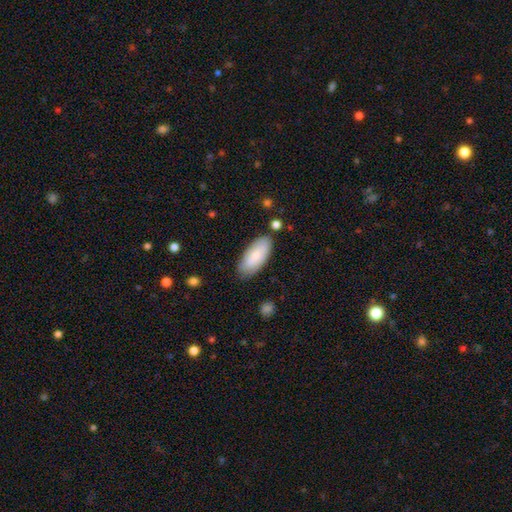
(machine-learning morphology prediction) Q: Smooth or featured?
A: smooth (80%); runner-up: featured or disk (14%)
Q: How rounded?
A: in between (85%); runner-up: cigar-shaped (13%)
Q: Merging?
A: none (79%); runner-up: minor disturbance (15%)